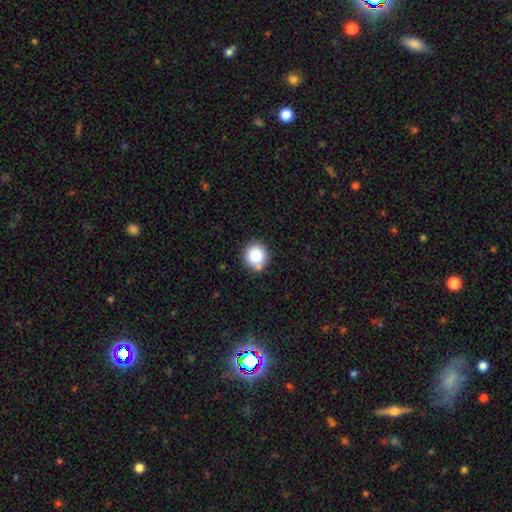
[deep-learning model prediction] A smooth galaxy with no disk features (82%) that is round (91%). Merging: none (82%).